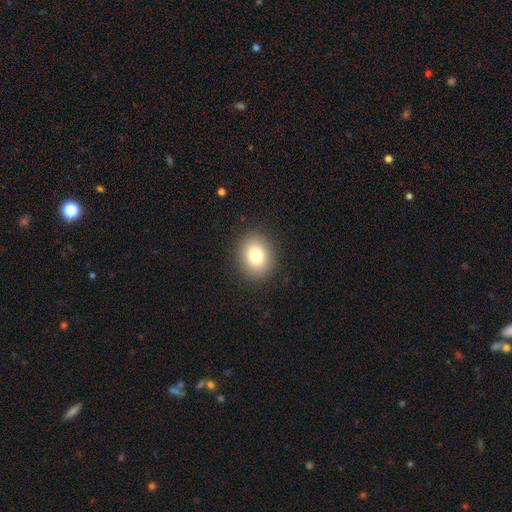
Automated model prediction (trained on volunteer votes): This appears to be a smooth galaxy with no disk features (81%) that is round (57%). Merging: none (89%).